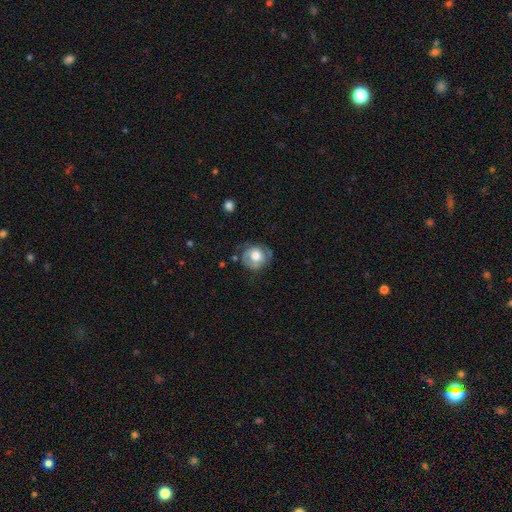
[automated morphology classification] featured or disk 49%, smooth 44%, star or artifact 7%. Down the decision tree: merging — none (60%).